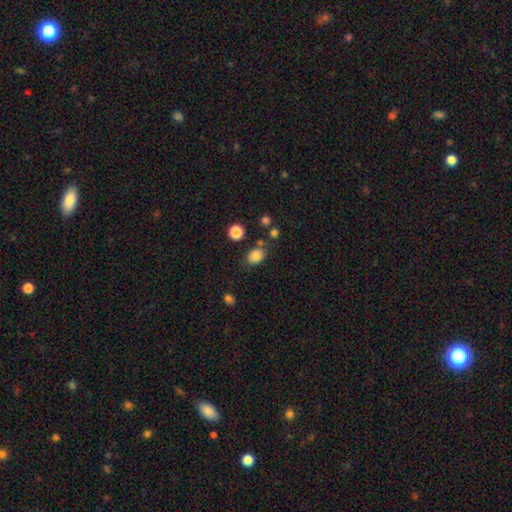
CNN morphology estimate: Smooth or featured: smooth — 83% (star or artifact — 11%)
How rounded: in between — 63% (round — 36%)
Merging: none — 71% (minor disturbance — 16%)